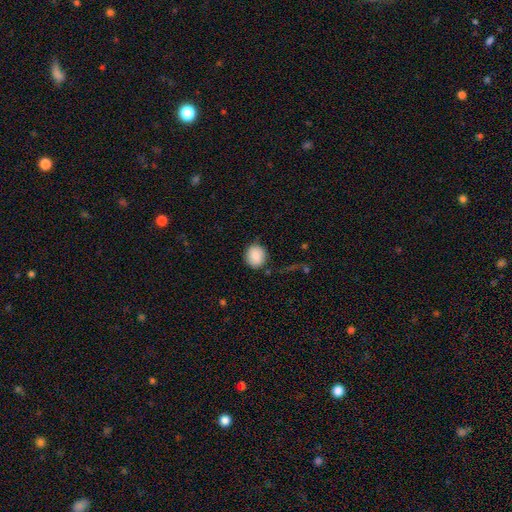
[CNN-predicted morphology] Overall: smooth (85%). How rounded: round (85%). Merging: none (83%).